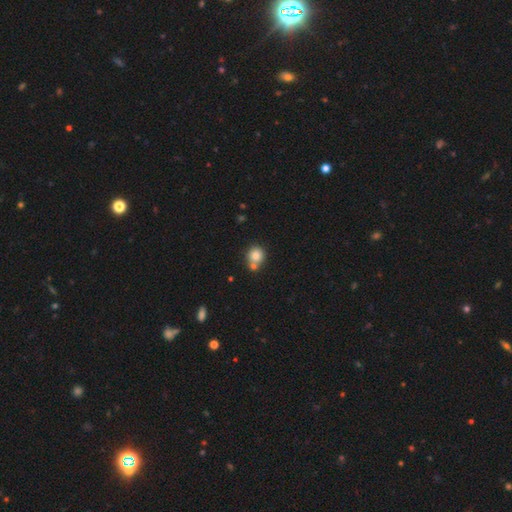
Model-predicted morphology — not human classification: A smooth galaxy with no disk features (80%) that is round (86%). Merging: none (56%).